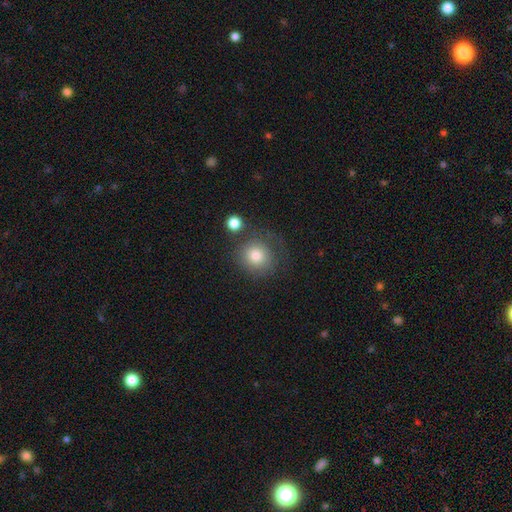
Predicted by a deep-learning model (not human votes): The model was most divided on "merging": none: 64%, minor disturbance: 17%, major disturbance: 10%, merger: 9%. More confident: how rounded — round (88%); smooth or featured — smooth (79%).